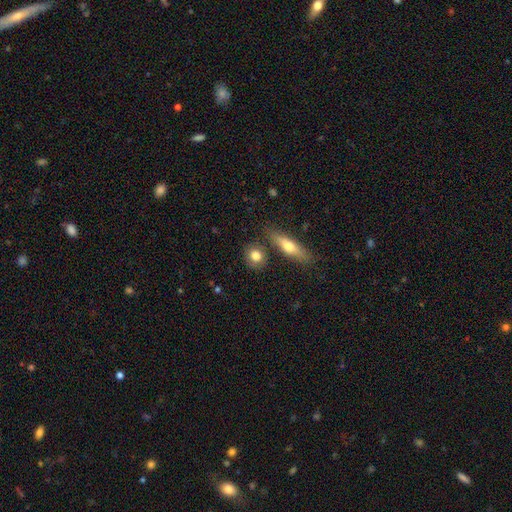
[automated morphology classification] Smooth or featured: smooth — 78% (featured or disk — 15%)
How rounded: round — 67% (in between — 27%)
Merging: none — 78% (minor disturbance — 10%)